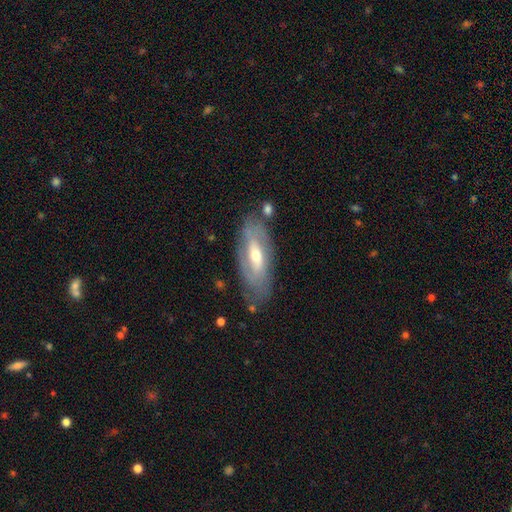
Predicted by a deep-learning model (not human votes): smooth_or_featured: featured or disk (p=0.70) [alt: smooth p=0.23]
disk_edge_on: no (p=0.78) [alt: yes p=0.22]
bar: weak (p=0.42) [alt: no p=0.35]
has_spiral_arms: yes (p=0.65) [alt: no p=0.35]
bulge_size: moderate (p=0.63) [alt: small p=0.31]
merging: none (p=0.75) [alt: minor disturbance p=0.17]